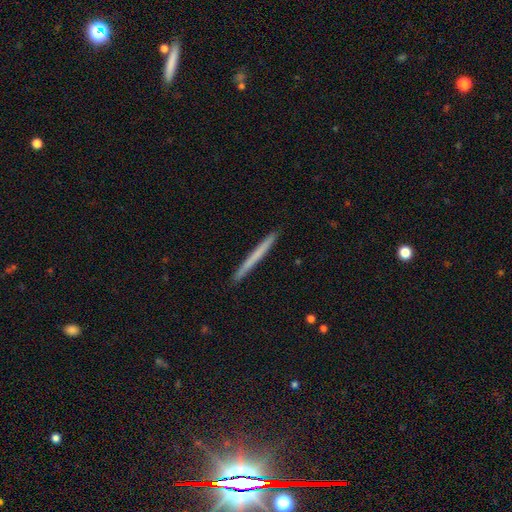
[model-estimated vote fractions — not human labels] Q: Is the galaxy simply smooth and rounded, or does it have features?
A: smooth — 59%.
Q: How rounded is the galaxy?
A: cigar-shaped — 98%.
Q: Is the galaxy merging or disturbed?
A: none — 93%.